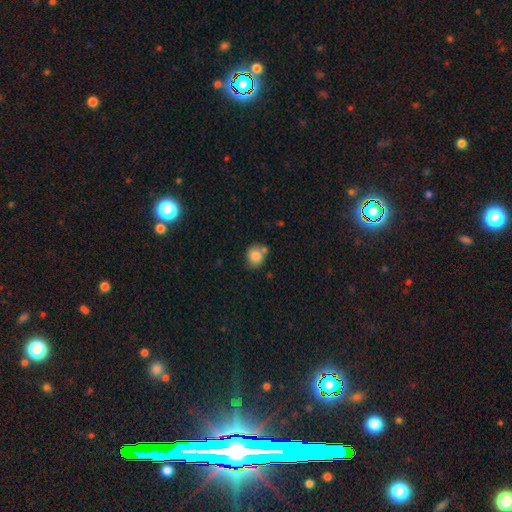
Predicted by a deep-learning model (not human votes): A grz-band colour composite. It shows a smooth galaxy with no disk features (84%) that is round (70%). Merging: none (60%).